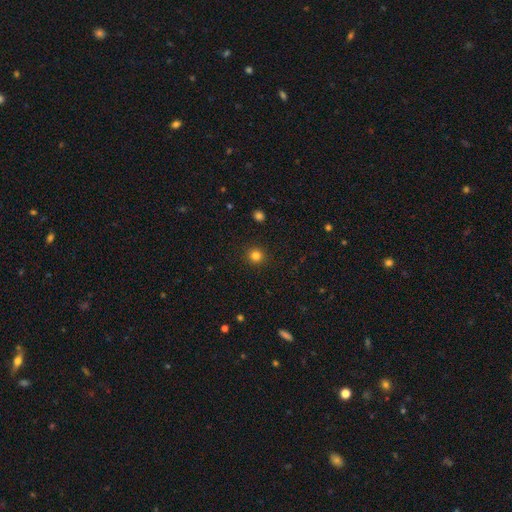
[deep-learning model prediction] smooth-or-featured: smooth: 82% | star or artifact: 13% | featured or disk: 5%
  how-rounded: round: 93% | in between: 6% | cigar-shaped: 1%
  merging: none: 92% | minor disturbance: 5% | major disturbance: 2% | merger: 1%